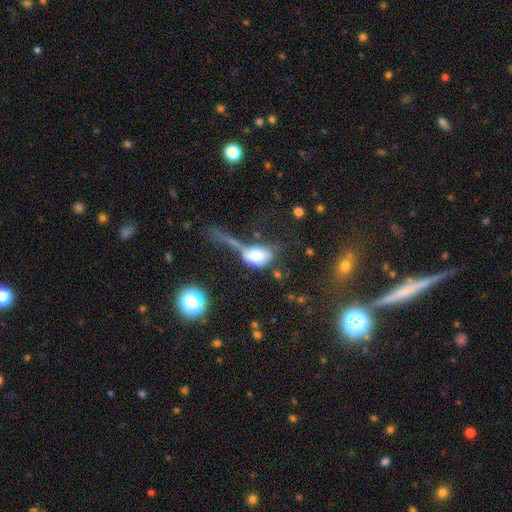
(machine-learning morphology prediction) A smooth galaxy with no disk features (66%) that is in between round and cigar-shaped (71%). Merging: major disturbance (44%).